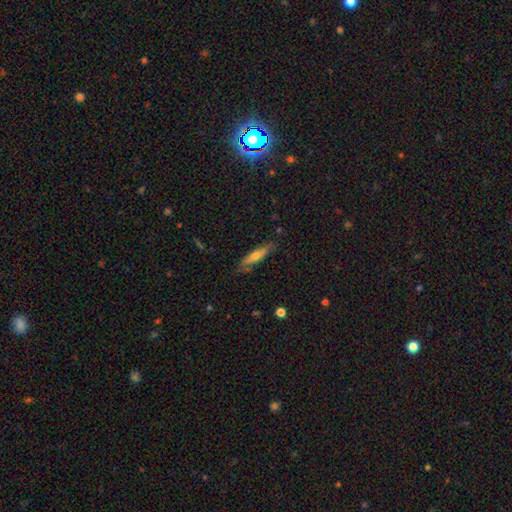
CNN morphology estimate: Overall: smooth (51%; featured or disk 42%). How rounded: cigar-shaped (79%). Merging: none (77%).